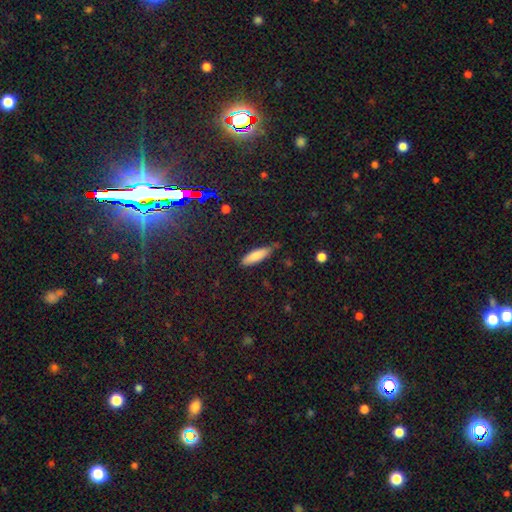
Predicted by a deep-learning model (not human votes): A smooth galaxy with no disk features (82%) that is cigar-shaped (59%). Merging: none (70%).